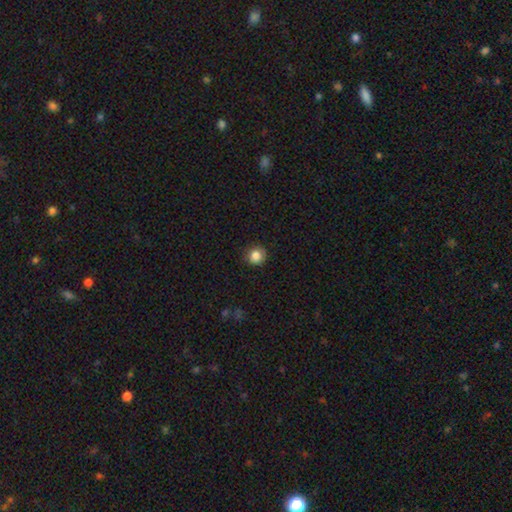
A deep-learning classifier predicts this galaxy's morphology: This appears to be a smooth galaxy with no disk features (85%) that is round (93%). Merging: none (89%).